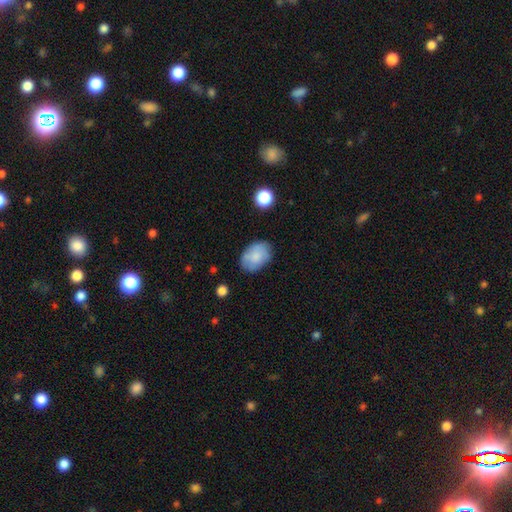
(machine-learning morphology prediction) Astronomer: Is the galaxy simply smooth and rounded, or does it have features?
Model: smooth — 81%.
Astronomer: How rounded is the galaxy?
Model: in between — 84%.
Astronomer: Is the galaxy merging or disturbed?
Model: none — 79%.